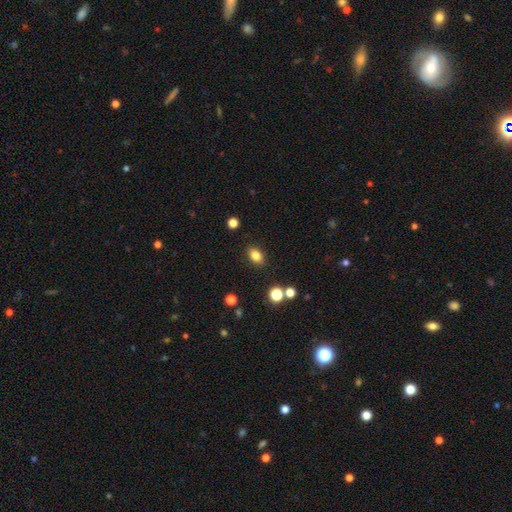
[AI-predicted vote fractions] smooth_or_featured: smooth (p=0.82) [alt: star or artifact p=0.11]
how_rounded: in between (p=0.80) [alt: round p=0.18]
merging: none (p=0.85) [alt: minor disturbance p=0.10]